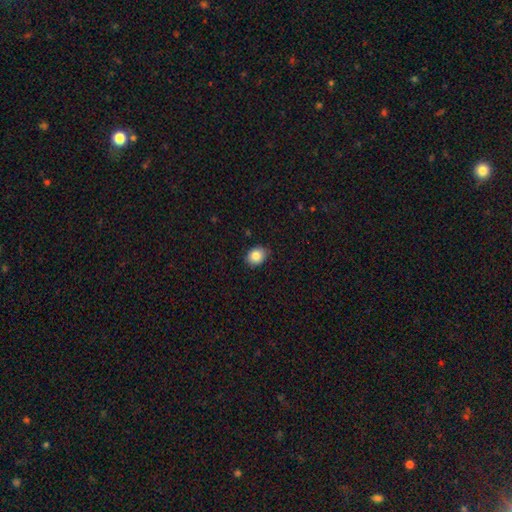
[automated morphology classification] Smooth or featured: smooth — 84% (star or artifact — 9%)
How rounded: round — 50% (in between — 49%)
Merging: none — 84% (minor disturbance — 13%)